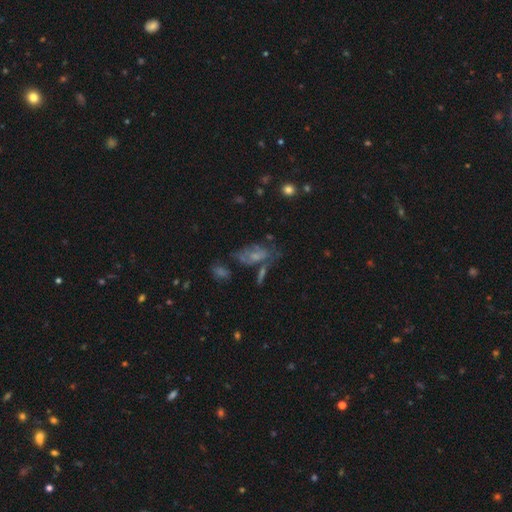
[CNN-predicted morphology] This appears to be a featured or disk galaxy (43%). Merging: none (43%).